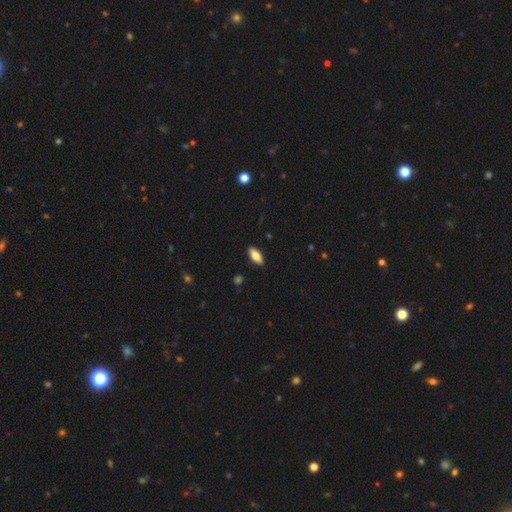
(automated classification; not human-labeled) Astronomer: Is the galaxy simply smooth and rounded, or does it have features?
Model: smooth — 79%.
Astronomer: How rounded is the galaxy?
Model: in between — 86%.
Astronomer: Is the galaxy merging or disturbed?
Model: none — 89%.